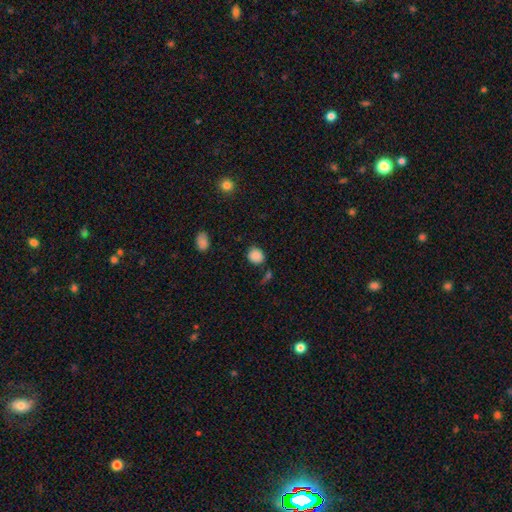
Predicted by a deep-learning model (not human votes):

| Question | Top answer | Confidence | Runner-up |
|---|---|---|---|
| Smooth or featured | smooth | 86% | star or artifact (10%) |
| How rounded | round | 69% | in between (30%) |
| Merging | none | 76% | minor disturbance (15%) |